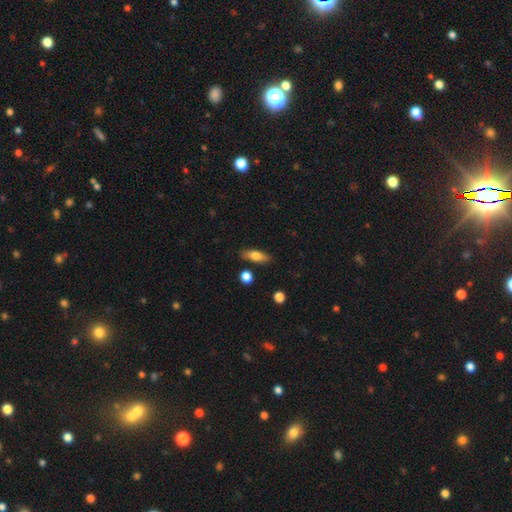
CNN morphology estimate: This appears to be a smooth galaxy with no disk features (72%) that is in between round and cigar-shaped (63%). Merging: none (83%).